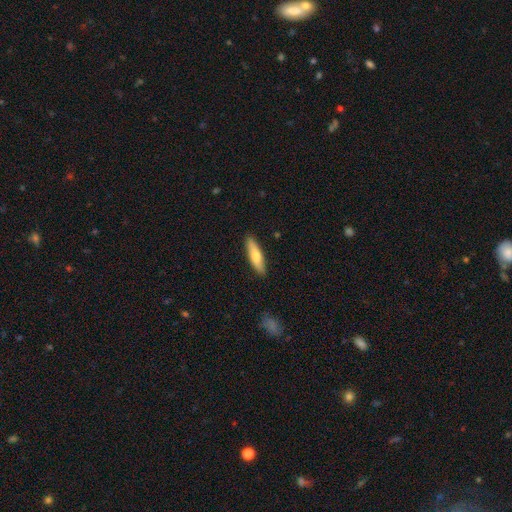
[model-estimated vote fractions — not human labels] smooth_or_featured: smooth (p=0.70) [alt: featured or disk p=0.25]
how_rounded: cigar-shaped (p=0.70) [alt: in between p=0.29]
merging: none (p=0.89) [alt: minor disturbance p=0.08]